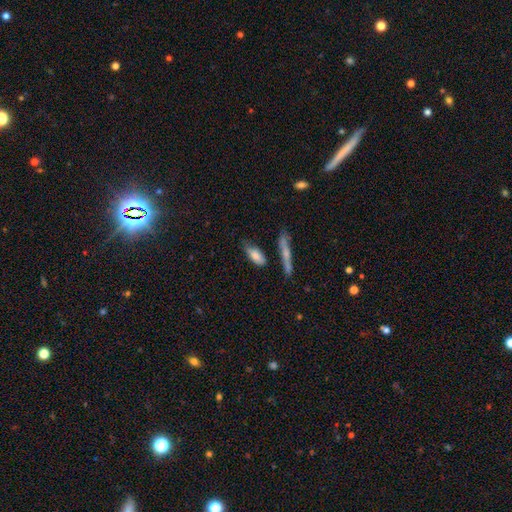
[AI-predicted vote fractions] This is likely a smooth galaxy (76%). How rounded: likely in between (65%). Merging: likely none (63%).